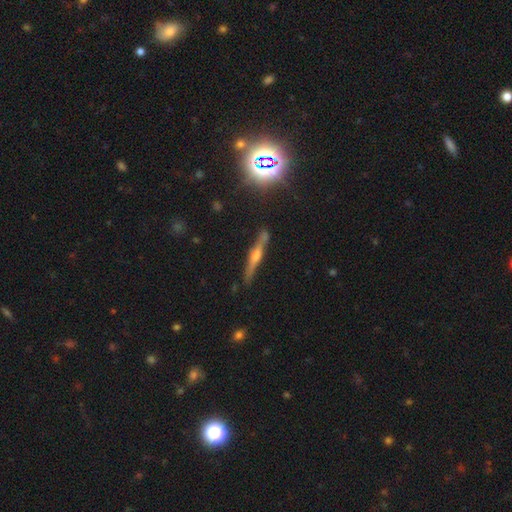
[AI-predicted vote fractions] Smooth or featured? Predicted: featured or disk (p=0.66). Edge-on disk? Predicted: yes (p=0.96). Edge-on bulge? Predicted: rounded (p=0.77). Merging? Predicted: none (p=0.83).